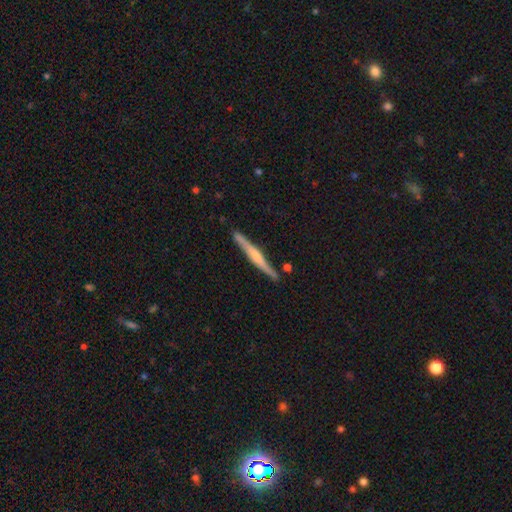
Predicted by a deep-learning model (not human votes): smooth_or_featured: featured or disk (p=0.65) [alt: smooth p=0.30]
disk_edge_on: yes (p=0.97) [alt: no p=0.03]
edge_on_bulge: rounded (p=0.56) [alt: none p=0.25]
merging: none (p=0.87) [alt: minor disturbance p=0.09]